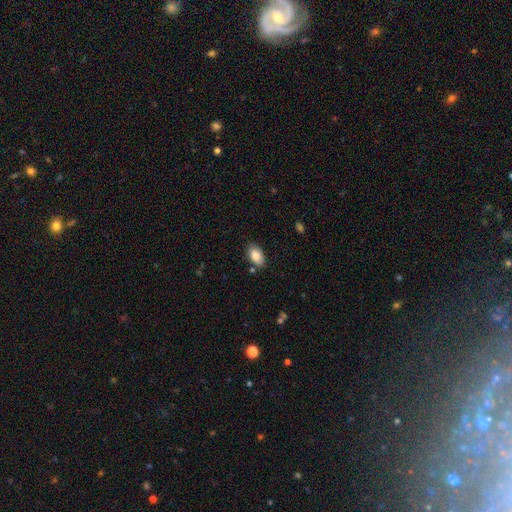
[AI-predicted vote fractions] Overall: smooth (87%). How rounded: in between (93%). Merging: none (81%).